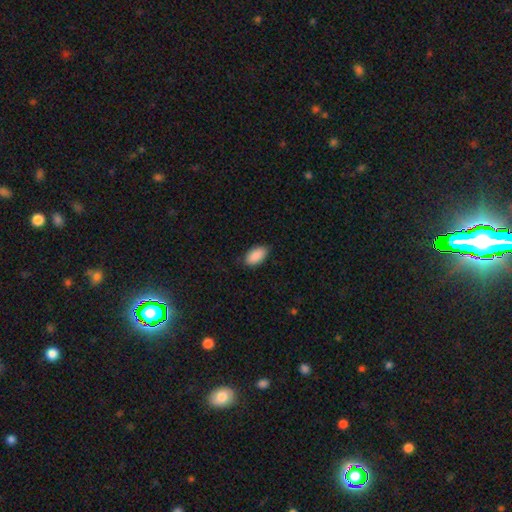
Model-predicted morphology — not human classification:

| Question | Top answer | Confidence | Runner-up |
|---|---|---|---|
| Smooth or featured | smooth | 90% | star or artifact (6%) |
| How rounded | in between | 95% | round (3%) |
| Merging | none | 81% | minor disturbance (15%) |